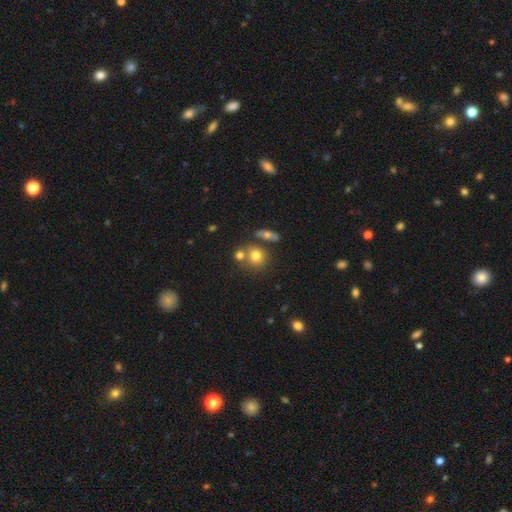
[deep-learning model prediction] Morphology: type=smooth (74%); roundness=round (74%); merging=none (57%).